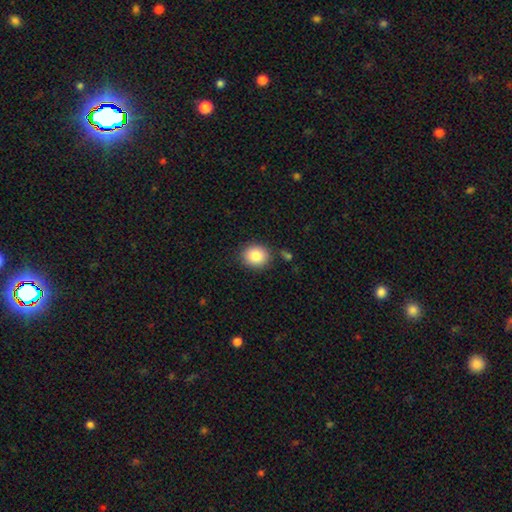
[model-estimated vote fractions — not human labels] Smooth or featured?
  - smooth: 84% *
  - star or artifact: 9%
  - featured or disk: 7%
How rounded?
  - round: 80% *
  - in between: 19%
  - cigar-shaped: 1%
Merging?
  - none: 83% *
  - minor disturbance: 10%
  - merger: 3%
  - major disturbance: 3%